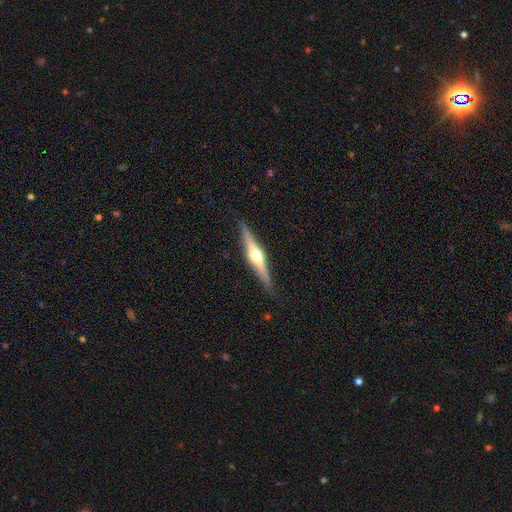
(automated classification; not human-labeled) featured or disk 76%, smooth 19%, star or artifact 5%. Down the decision tree: edge-on disk — yes (98%); edge-on bulge — rounded (93%); merging — none (89%).